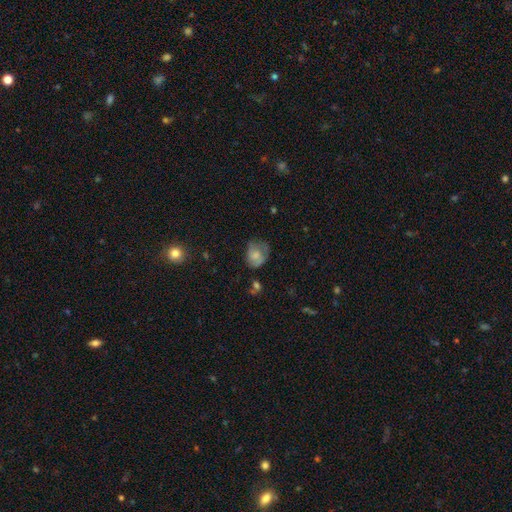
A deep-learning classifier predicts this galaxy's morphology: Q: Smooth or featured?
A: smooth (62%); runner-up: featured or disk (28%)
Q: How rounded?
A: round (53%); runner-up: in between (46%)
Q: Merging?
A: none (44%); runner-up: minor disturbance (32%)